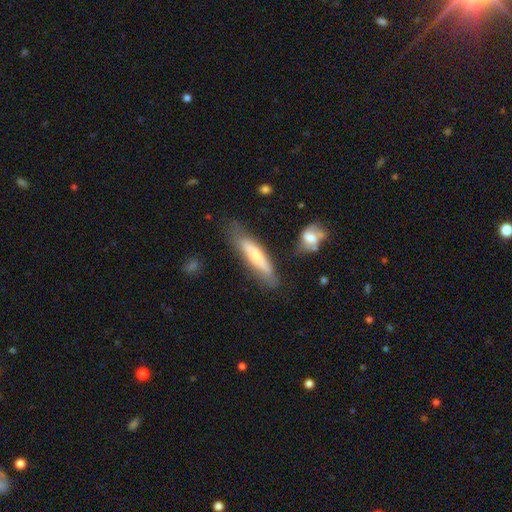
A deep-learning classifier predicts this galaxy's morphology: Smooth or featured? smooth (58%)
How rounded? cigar-shaped (80%)
Merging? none (68%)